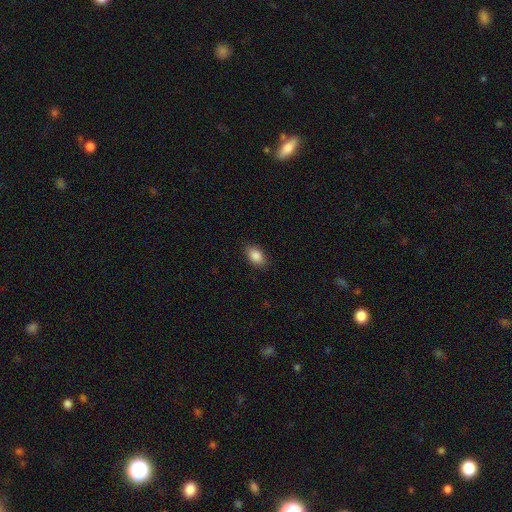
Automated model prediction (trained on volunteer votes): This is clearly a smooth galaxy (87%). How rounded: clearly in between (89%). Merging: clearly none (86%).